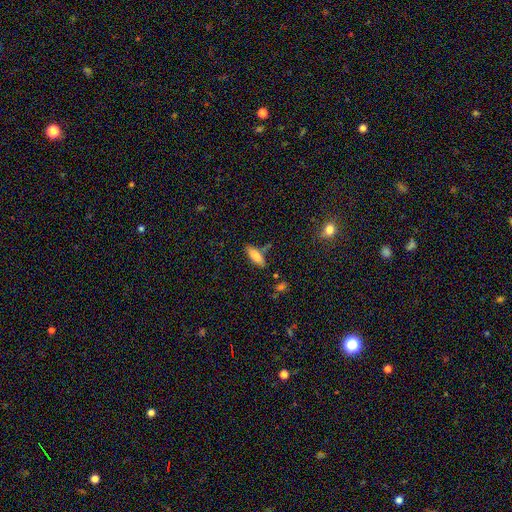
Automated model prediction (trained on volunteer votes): Smooth or featured: smooth — 78% (featured or disk — 14%)
How rounded: in between — 63% (cigar-shaped — 35%)
Merging: none — 73% (minor disturbance — 16%)